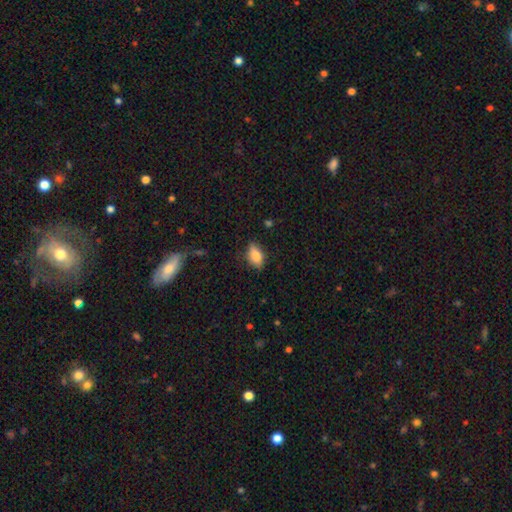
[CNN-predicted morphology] This appears to be a smooth galaxy with no disk features (77%) that is in between round and cigar-shaped (86%). Merging: none (78%).